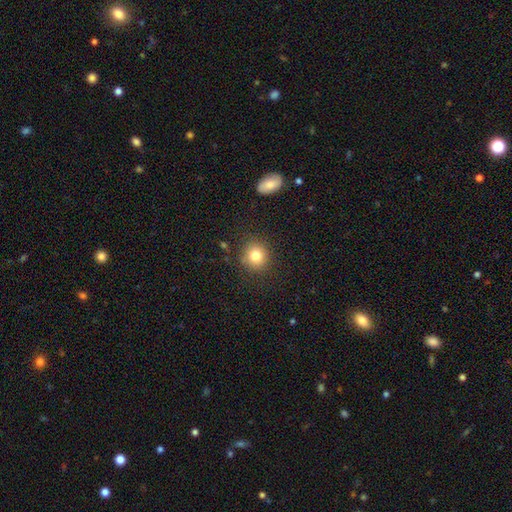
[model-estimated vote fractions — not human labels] This appears to be a smooth galaxy with no disk features (81%) that is round (90%). Merging: none (87%).